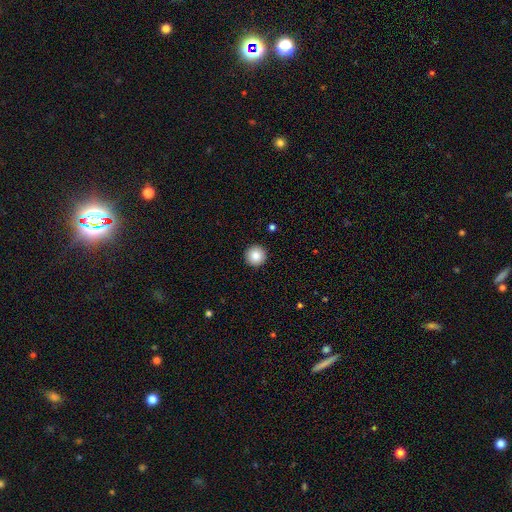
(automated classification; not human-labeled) Smooth or featured? Predicted: smooth (p=0.86). How rounded? Predicted: round (p=0.97). Merging? Predicted: none (p=0.93).